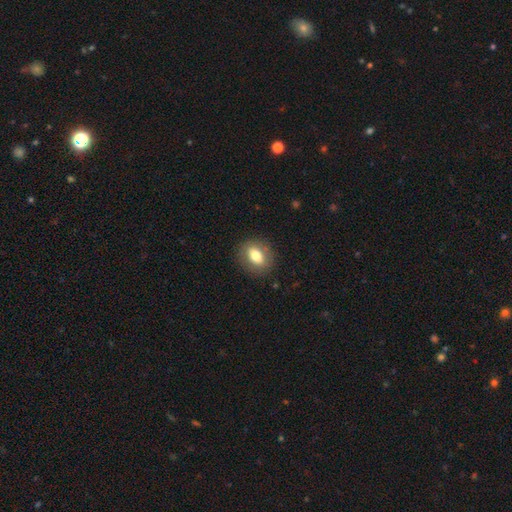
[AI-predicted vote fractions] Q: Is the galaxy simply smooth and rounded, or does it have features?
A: smooth — 74%.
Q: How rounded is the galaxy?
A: in between — 60%.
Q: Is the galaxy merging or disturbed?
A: none — 86%.